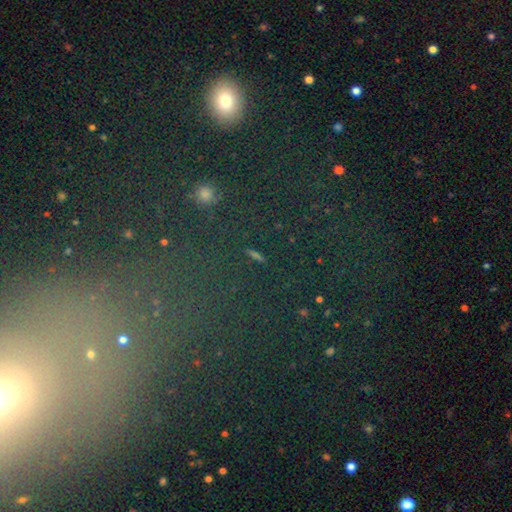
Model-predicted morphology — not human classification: type=star or artifact (61%).